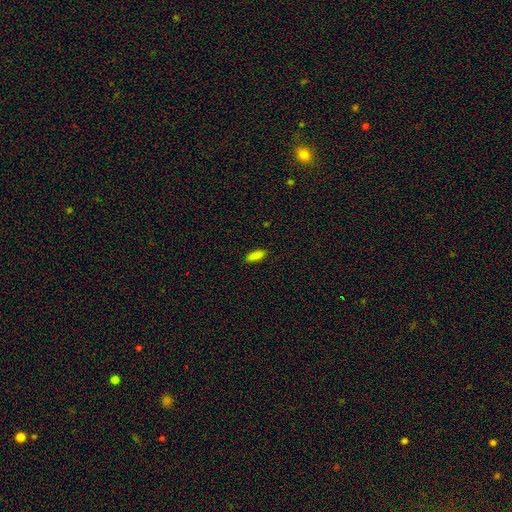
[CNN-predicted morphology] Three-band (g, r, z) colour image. It shows a smooth galaxy with no disk features (87%) that is in between round and cigar-shaped (66%). Merging: none (88%).